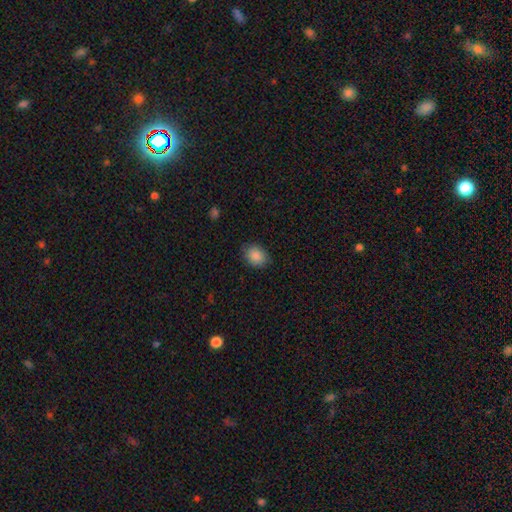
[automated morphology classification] Smooth or featured? smooth (88%)
How rounded? in between (56%)
Merging? none (84%)